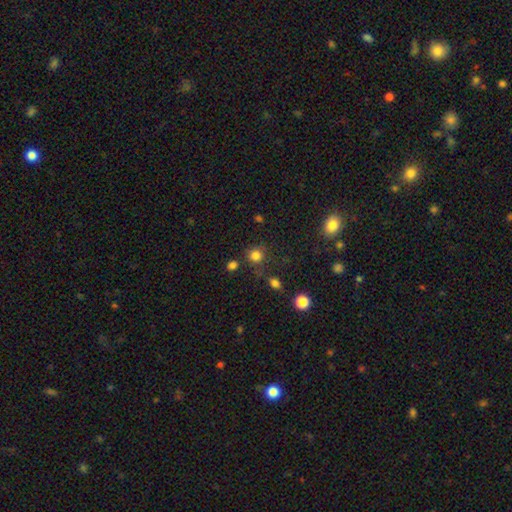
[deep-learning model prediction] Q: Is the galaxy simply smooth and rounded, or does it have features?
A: smooth — 81%.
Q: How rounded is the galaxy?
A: round — 89%.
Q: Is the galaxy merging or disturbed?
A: none — 76%.